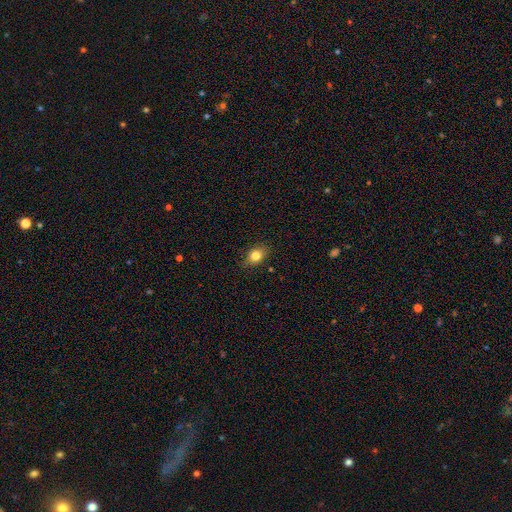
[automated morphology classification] Smooth or featured?
  - smooth: 81% *
  - star or artifact: 10%
  - featured or disk: 9%
How rounded?
  - in between: 64% *
  - round: 34%
  - cigar-shaped: 2%
Merging?
  - none: 82% *
  - minor disturbance: 14%
  - major disturbance: 3%
  - merger: 1%